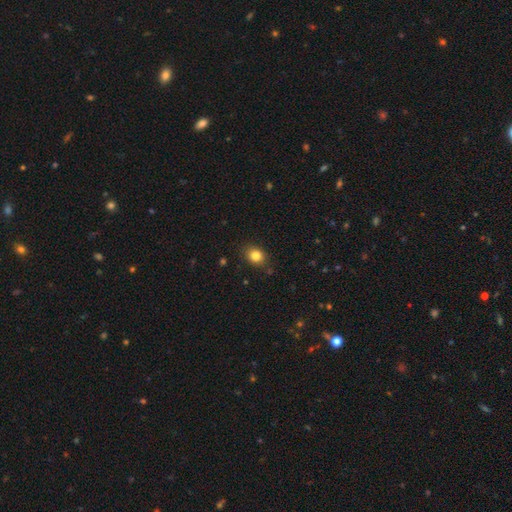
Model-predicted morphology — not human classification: This is clearly a smooth galaxy (83%). How rounded: possibly round (56%). Merging: clearly none (84%).